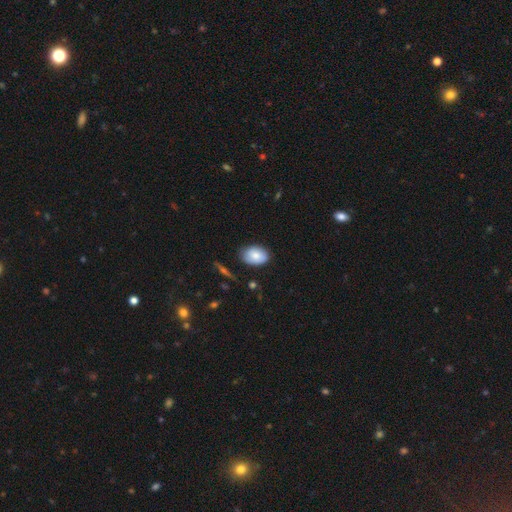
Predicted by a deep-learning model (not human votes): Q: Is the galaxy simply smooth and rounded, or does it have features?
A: smooth — 81%.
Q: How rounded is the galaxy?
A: in between — 86%.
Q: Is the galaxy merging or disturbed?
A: none — 76%.